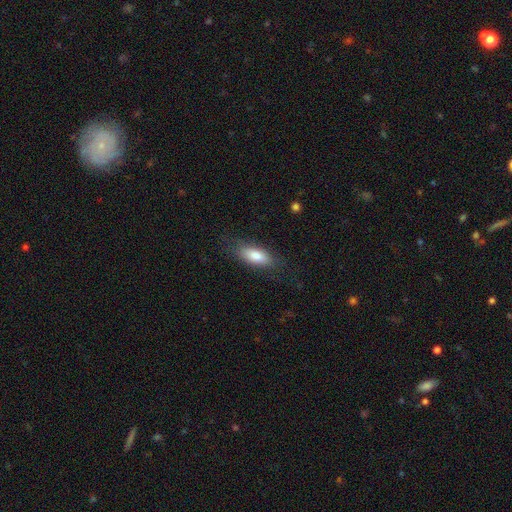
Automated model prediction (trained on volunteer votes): Overall: smooth (79%). How rounded: in between (75%). Merging: none (79%).